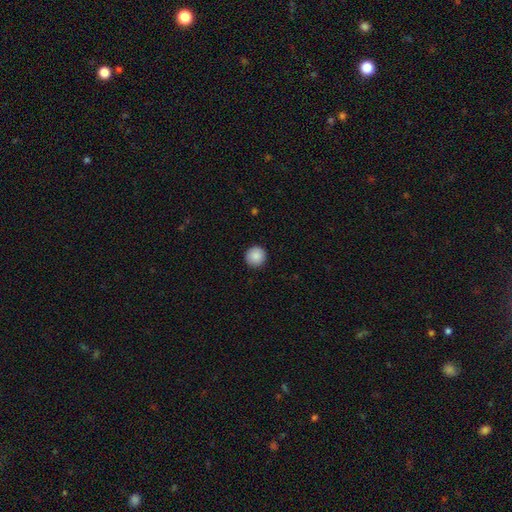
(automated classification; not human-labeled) Smooth or featured? smooth (89%)
How rounded? round (96%)
Merging? none (93%)